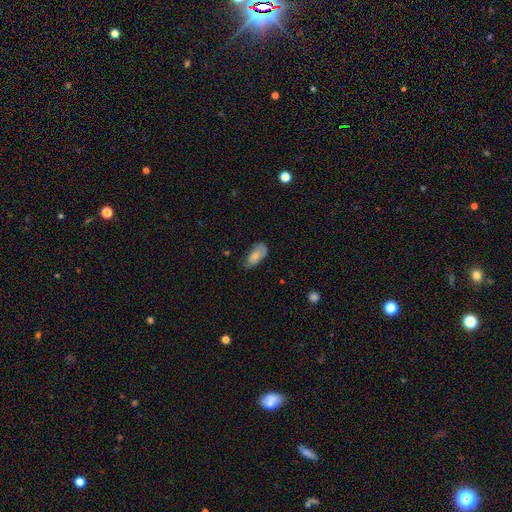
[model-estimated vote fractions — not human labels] This appears to be a smooth galaxy with no disk features (70%) that is in between round and cigar-shaped (92%). Merging: none (59%).